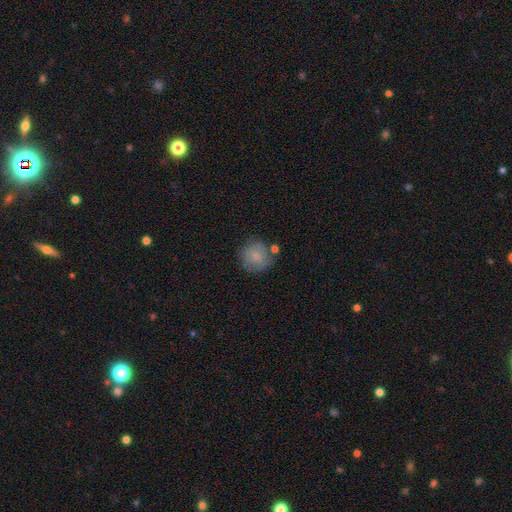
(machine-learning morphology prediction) This is likely a smooth galaxy (73%). How rounded: clearly round (89%). Merging: likely none (63%).